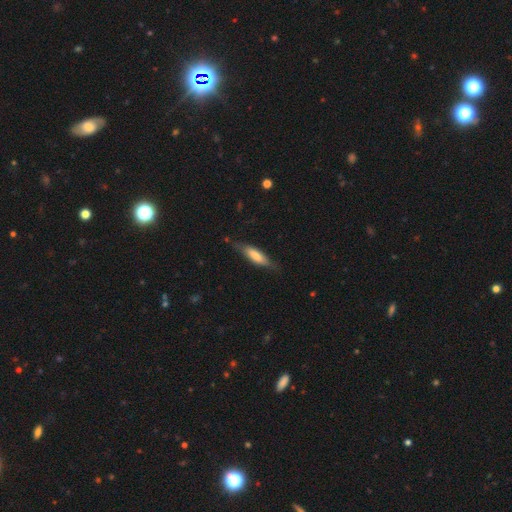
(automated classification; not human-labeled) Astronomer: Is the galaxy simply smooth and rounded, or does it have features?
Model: smooth — 65%.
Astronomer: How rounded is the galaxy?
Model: cigar-shaped — 63%.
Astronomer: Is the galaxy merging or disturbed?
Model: none — 74%.